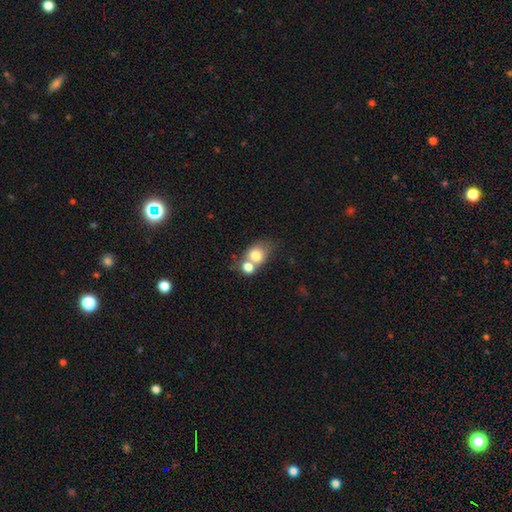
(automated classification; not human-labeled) A smooth galaxy with no disk features (75%) that is round (56%). Merging: merger (58%).